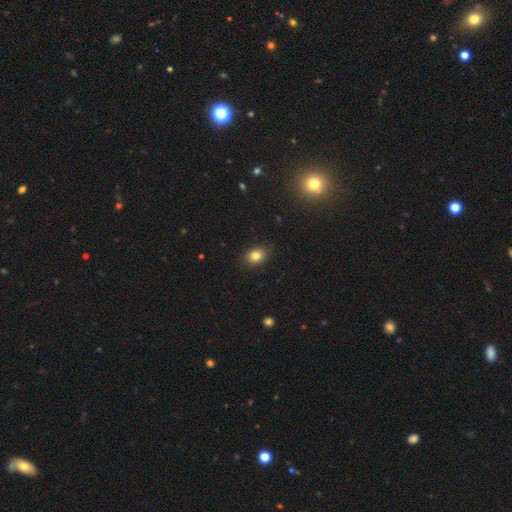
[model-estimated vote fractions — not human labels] A smooth galaxy with no disk features (82%) that is in between round and cigar-shaped (61%).

Vote fractions:
- Smooth or featured? smooth: 82% / star or artifact: 11% / featured or disk: 7%
- How rounded? in between: 61% / round: 38% / cigar-shaped: 1%
- Merging? none: 84% / minor disturbance: 12% / major disturbance: 3% / merger: 1%